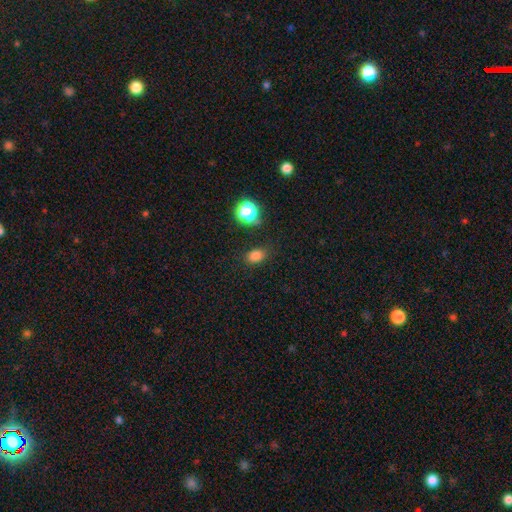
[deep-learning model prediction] smooth 79%, star or artifact 15%, featured or disk 5%. Down the decision tree: how rounded — in between (71%); merging — none (81%).